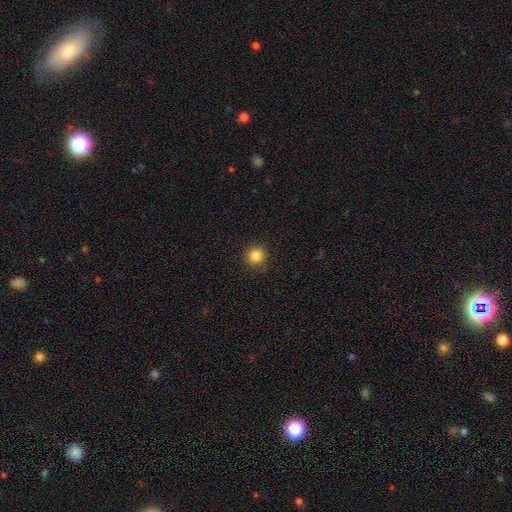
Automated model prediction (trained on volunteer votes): Q: Smooth or featured?
A: smooth (85%); runner-up: star or artifact (11%)
Q: How rounded?
A: round (94%); runner-up: in between (5%)
Q: Merging?
A: none (88%); runner-up: minor disturbance (9%)